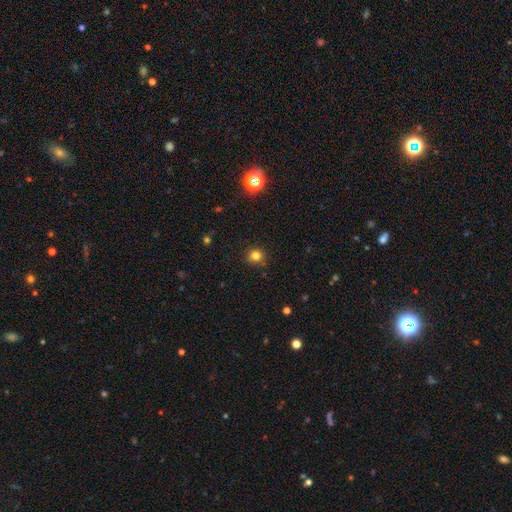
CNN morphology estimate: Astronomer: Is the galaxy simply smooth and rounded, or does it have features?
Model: smooth — 79%.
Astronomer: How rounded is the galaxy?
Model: round — 90%.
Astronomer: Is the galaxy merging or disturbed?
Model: none — 83%.